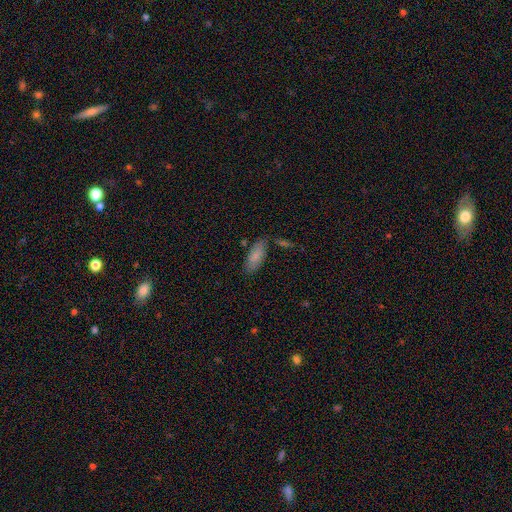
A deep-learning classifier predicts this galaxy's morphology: Overall: smooth (82%). How rounded: in between (80%). Merging: none (75%).